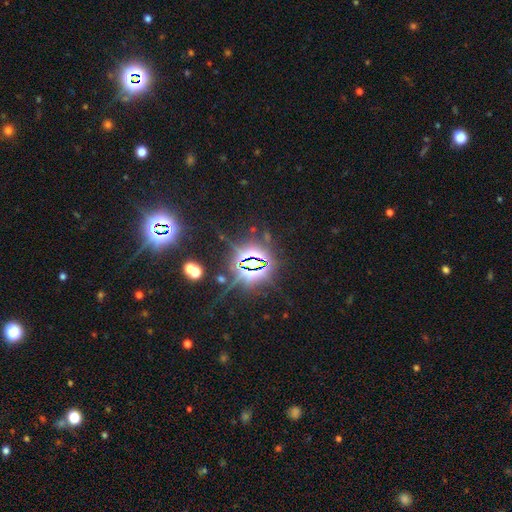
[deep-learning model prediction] Smooth or featured: star or artifact — 85% (smooth — 8%)